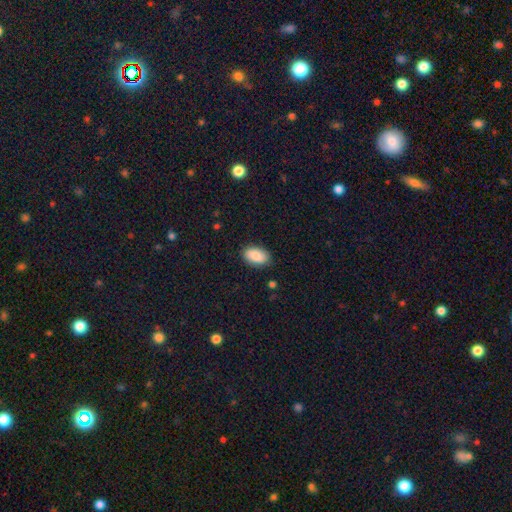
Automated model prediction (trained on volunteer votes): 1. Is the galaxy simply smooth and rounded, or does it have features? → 87% smooth, 7% star or artifact, 6% featured or disk.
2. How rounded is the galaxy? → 93% in between, 6% round, 2% cigar-shaped.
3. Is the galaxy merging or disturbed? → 85% none, 11% minor disturbance, 2% major disturbance, 1% merger.